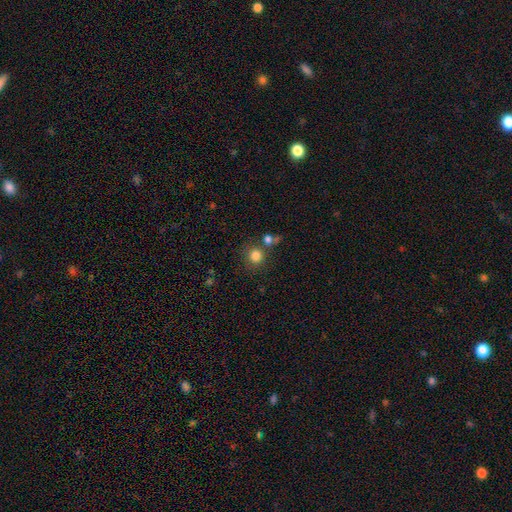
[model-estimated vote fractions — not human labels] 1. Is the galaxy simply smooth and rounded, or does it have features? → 82% smooth, 12% star or artifact, 6% featured or disk.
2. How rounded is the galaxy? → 89% round, 10% in between, 1% cigar-shaped.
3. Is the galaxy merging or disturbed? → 70% none, 16% merger, 10% minor disturbance, 5% major disturbance.